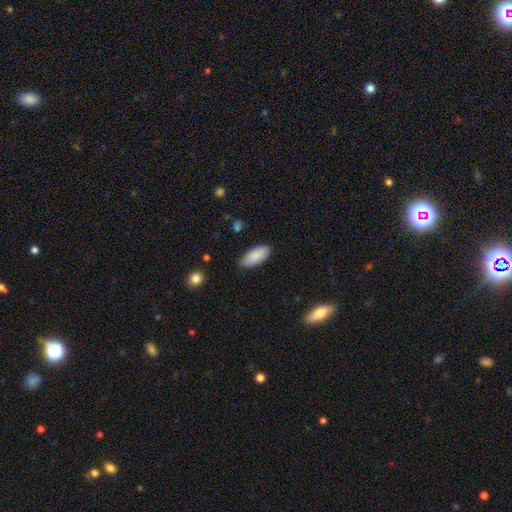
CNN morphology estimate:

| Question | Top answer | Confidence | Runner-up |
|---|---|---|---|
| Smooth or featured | smooth | 88% | star or artifact (6%) |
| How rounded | in between | 86% | cigar-shaped (12%) |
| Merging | none | 82% | minor disturbance (14%) |